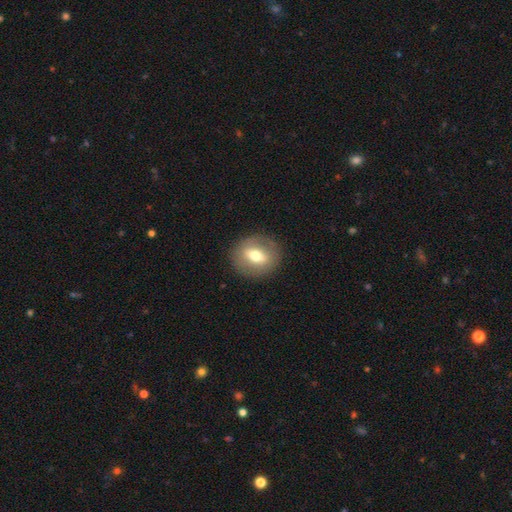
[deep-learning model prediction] Smooth or featured? Predicted: smooth (p=0.57). How rounded? Predicted: round (p=0.70). Merging? Predicted: none (p=0.87).